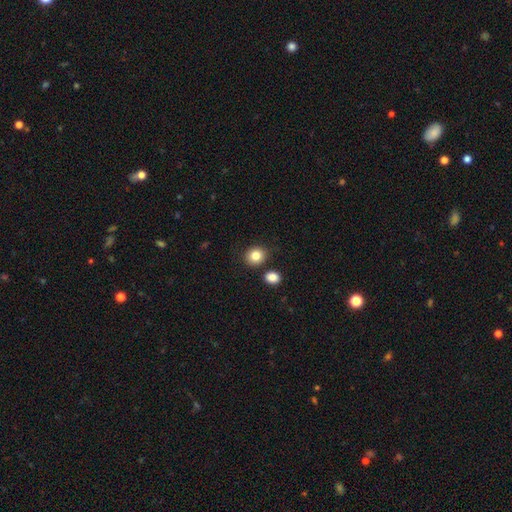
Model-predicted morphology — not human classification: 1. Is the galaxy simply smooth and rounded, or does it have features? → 83% smooth, 10% star or artifact, 6% featured or disk.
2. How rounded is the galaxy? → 75% round, 24% in between, 1% cigar-shaped.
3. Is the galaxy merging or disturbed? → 80% none, 9% minor disturbance, 8% merger, 2% major disturbance.